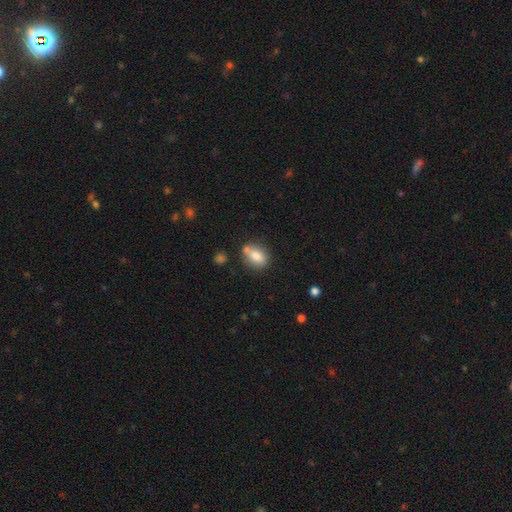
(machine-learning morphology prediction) Q: Smooth or featured?
A: smooth (81%); runner-up: featured or disk (10%)
Q: How rounded?
A: in between (73%); runner-up: round (25%)
Q: Merging?
A: none (63%); runner-up: merger (17%)